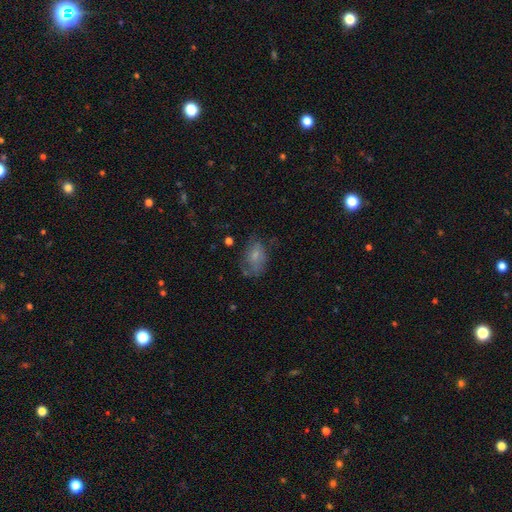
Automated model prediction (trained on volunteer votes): Smooth or featured?
  - smooth: 62% *
  - featured or disk: 28%
  - star or artifact: 10%
How rounded?
  - in between: 81% *
  - round: 17%
  - cigar-shaped: 2%
Merging?
  - none: 48% *
  - minor disturbance: 28%
  - major disturbance: 21%
  - merger: 3%